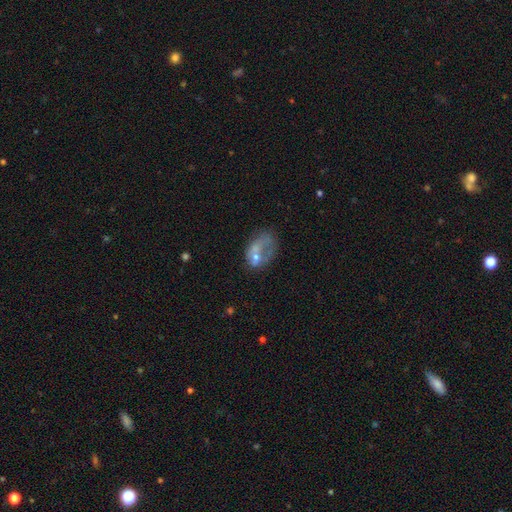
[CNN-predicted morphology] This appears to be a smooth galaxy with no disk features (45%). Merging: major disturbance (38%).